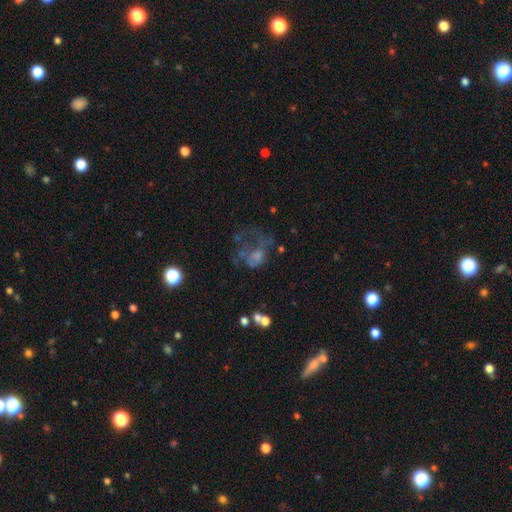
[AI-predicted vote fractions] Smooth or featured?
  - featured or disk: 41% *
  - smooth: 40%
  - star or artifact: 19%
Merging?
  - major disturbance: 51% *
  - none: 24%
  - minor disturbance: 15%
  - merger: 10%